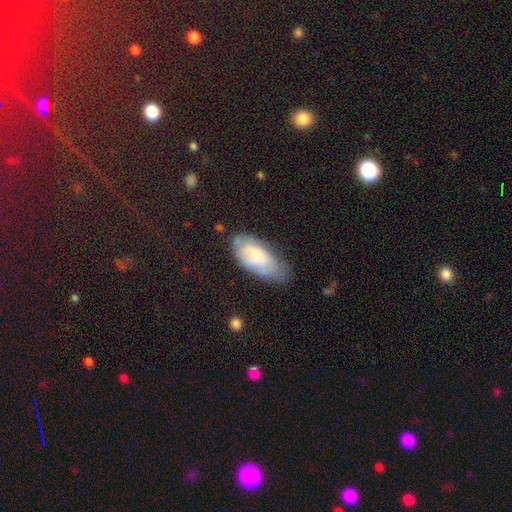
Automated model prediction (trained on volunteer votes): A smooth galaxy with no disk features (53%) that is in between round and cigar-shaped (90%).

Vote fractions:
- Smooth or featured? smooth: 53% / featured or disk: 40% / star or artifact: 7%
- How rounded? in between: 90% / cigar-shaped: 7% / round: 3%
- Merging? none: 53% / minor disturbance: 34% / major disturbance: 10% / merger: 3%